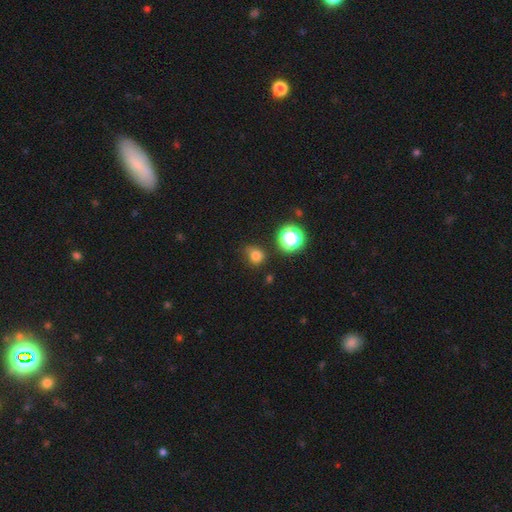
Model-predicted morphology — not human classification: Smooth or featured: smooth — 75% (star or artifact — 18%)
How rounded: round — 75% (in between — 24%)
Merging: none — 62% (minor disturbance — 26%)